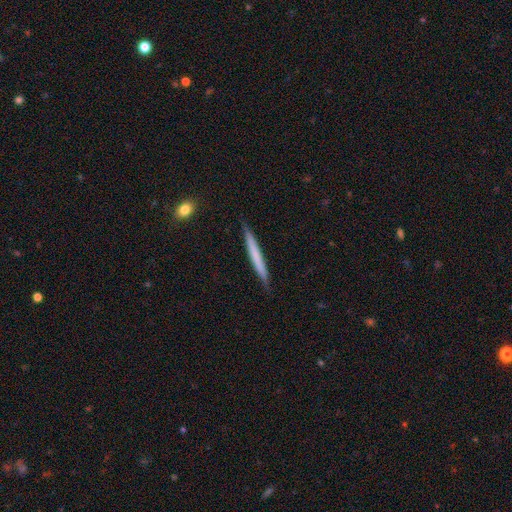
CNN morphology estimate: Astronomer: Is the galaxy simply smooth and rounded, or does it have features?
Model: smooth — 59% (runner-up: featured or disk, 36%).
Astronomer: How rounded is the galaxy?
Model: cigar-shaped — 97%.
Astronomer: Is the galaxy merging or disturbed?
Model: none — 88%.